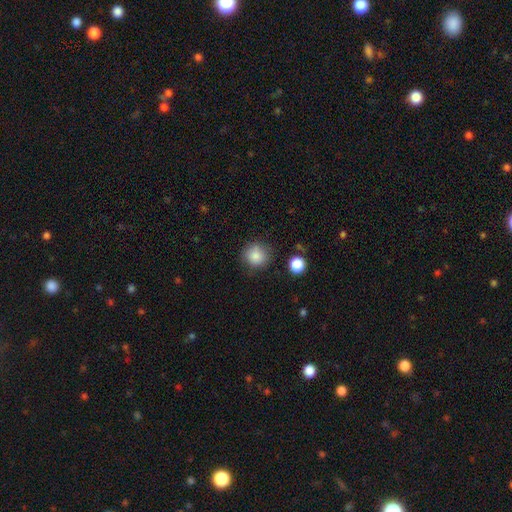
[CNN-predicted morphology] Smooth or featured?
  - smooth: 86% *
  - star or artifact: 9%
  - featured or disk: 5%
How rounded?
  - round: 88% *
  - in between: 11%
  - cigar-shaped: 1%
Merging?
  - none: 80% *
  - minor disturbance: 14%
  - major disturbance: 4%
  - merger: 3%